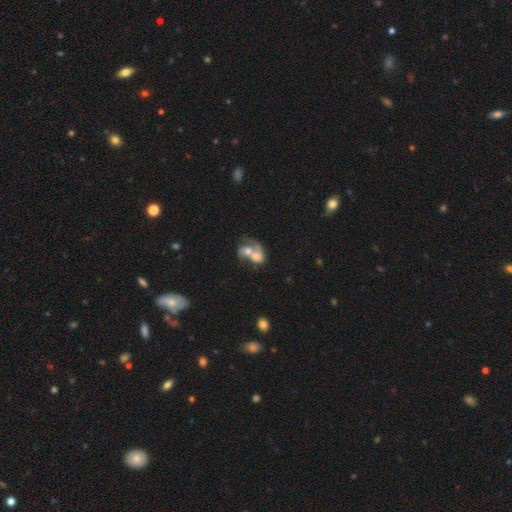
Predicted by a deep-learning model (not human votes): This appears to be a featured or disk galaxy (51%). Merging: merger (78%).